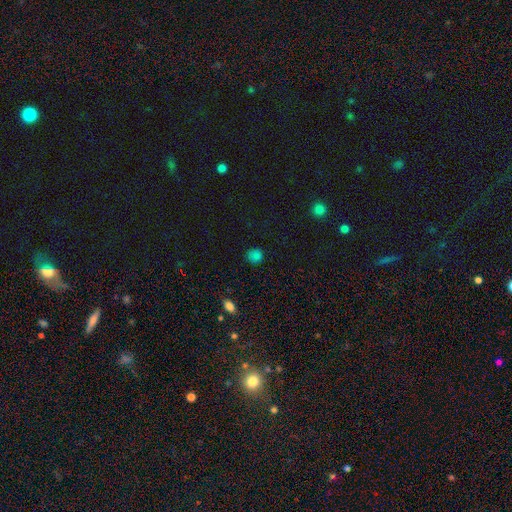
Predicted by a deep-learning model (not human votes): Morphology: type=smooth (78%); roundness=round (87%); merging=none (84%).